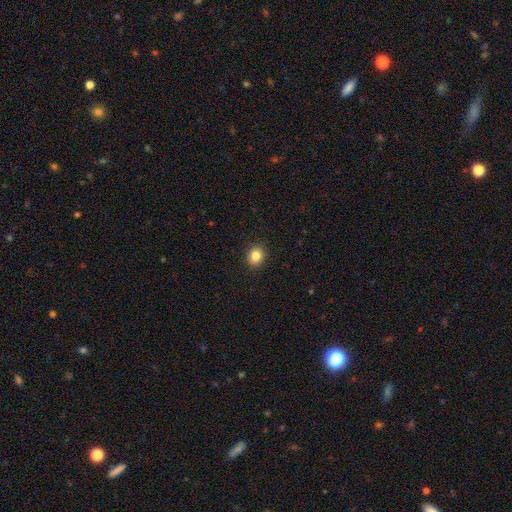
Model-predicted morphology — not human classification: smooth_or_featured: smooth (p=0.84) [alt: star or artifact p=0.10]
how_rounded: round (p=0.68) [alt: in between p=0.32]
merging: none (p=0.91) [alt: minor disturbance p=0.06]